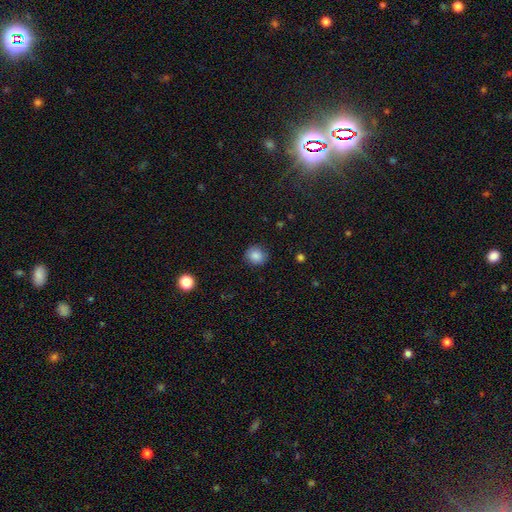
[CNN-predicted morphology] Smooth or featured: smooth — 85% (star or artifact — 10%)
How rounded: round — 86% (in between — 13%)
Merging: none — 86% (minor disturbance — 10%)